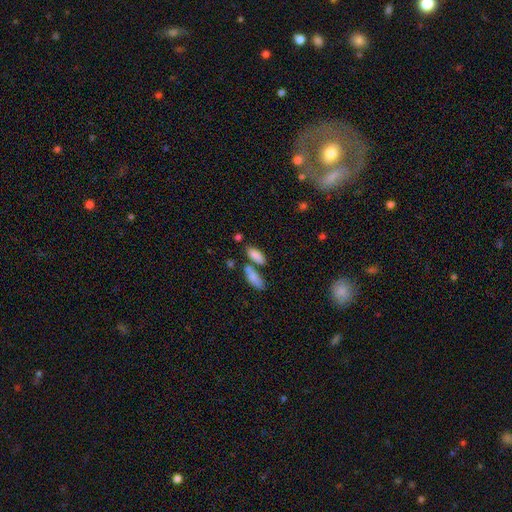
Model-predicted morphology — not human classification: Smooth or featured?
  - smooth: 83% *
  - featured or disk: 9%
  - star or artifact: 7%
How rounded?
  - in between: 78% *
  - cigar-shaped: 18%
  - round: 3%
Merging?
  - none: 52% *
  - merger: 32%
  - minor disturbance: 12%
  - major disturbance: 4%